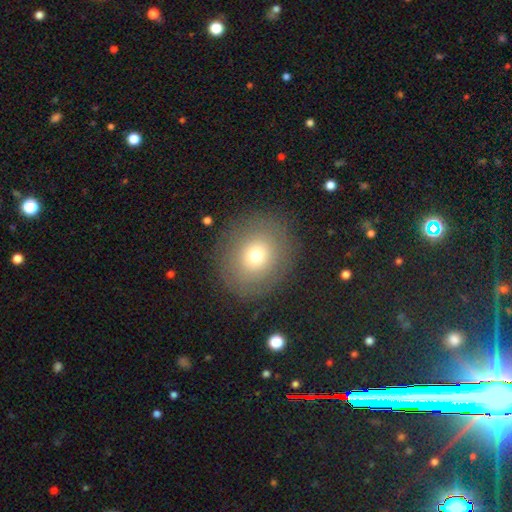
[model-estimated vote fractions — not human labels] smooth 70%, featured or disk 18%, star or artifact 13%. Down the decision tree: how rounded — round (80%); merging — none (86%).